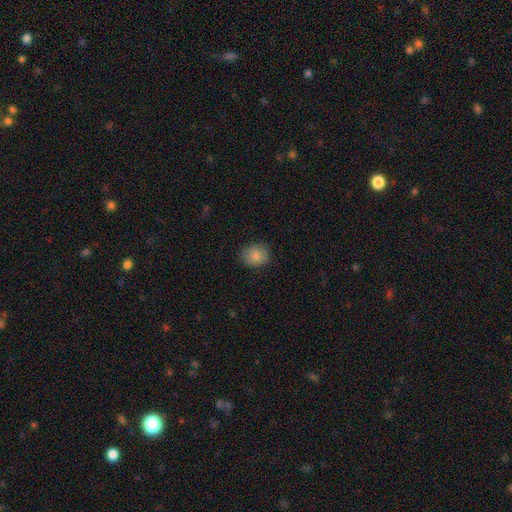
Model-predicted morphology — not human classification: Overall: smooth (86%). How rounded: round (64%; in between 35%). Merging: none (84%).